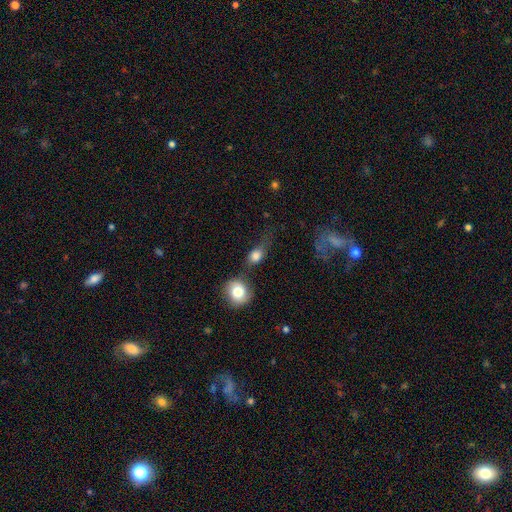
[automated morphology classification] A smooth galaxy with no disk features (79%) that is in between round and cigar-shaped (50%).

Vote fractions:
- Smooth or featured? smooth: 79% / featured or disk: 11% / star or artifact: 9%
- How rounded? in between: 50% / round: 46% / cigar-shaped: 4%
- Merging? none: 38% / minor disturbance: 23% / merger: 20% / major disturbance: 20%